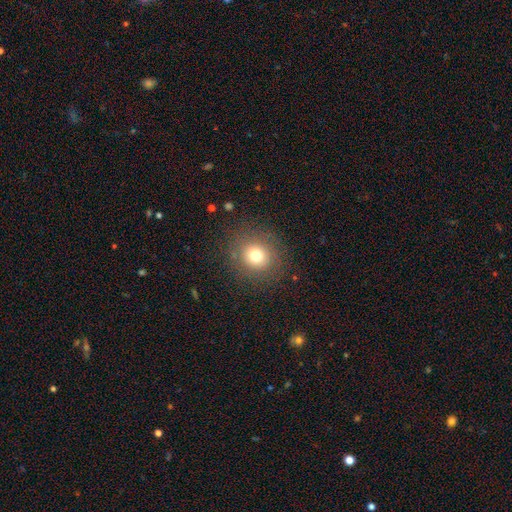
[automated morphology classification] This is likely a smooth galaxy (75%). How rounded: clearly round (87%). Merging: clearly none (86%).